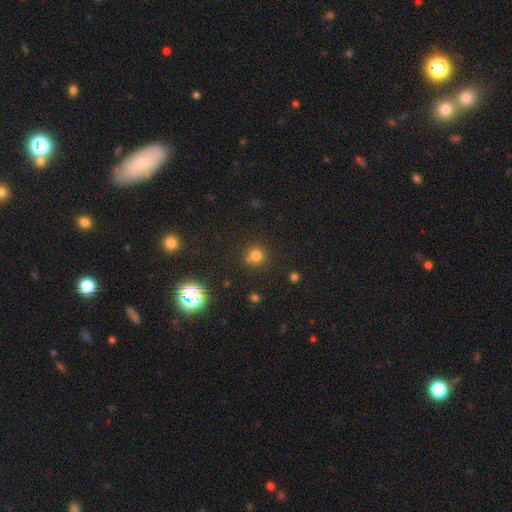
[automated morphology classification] smooth-or-featured: smooth: 72% | star or artifact: 21% | featured or disk: 7%
  how-rounded: round: 90% | in between: 9% | cigar-shaped: 1%
  merging: none: 68% | merger: 18% | minor disturbance: 10% | major disturbance: 4%